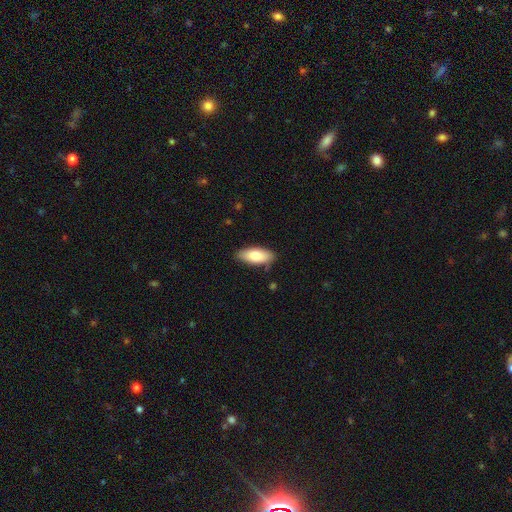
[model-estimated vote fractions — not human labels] Smooth or featured: smooth — 80% (featured or disk — 14%)
How rounded: in between — 84% (cigar-shaped — 14%)
Merging: none — 84% (minor disturbance — 12%)